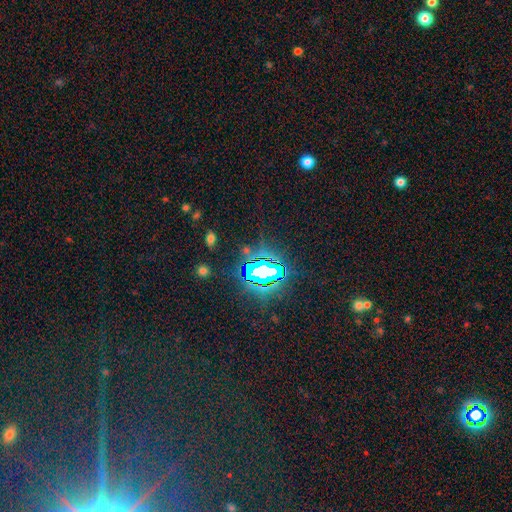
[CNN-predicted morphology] The model was most divided on "smooth or featured": star or artifact: 80%, smooth: 12%, featured or disk: 7%.